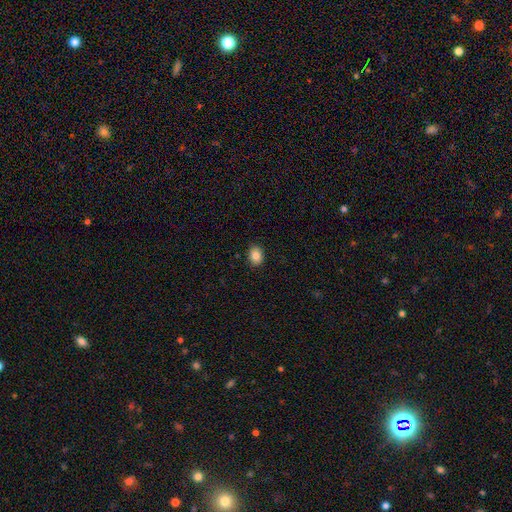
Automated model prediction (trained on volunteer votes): smooth-or-featured: smooth: 85% | star or artifact: 9% | featured or disk: 6%
  how-rounded: in between: 64% | round: 35% | cigar-shaped: 1%
  merging: none: 89% | minor disturbance: 8% | major disturbance: 2% | merger: 1%